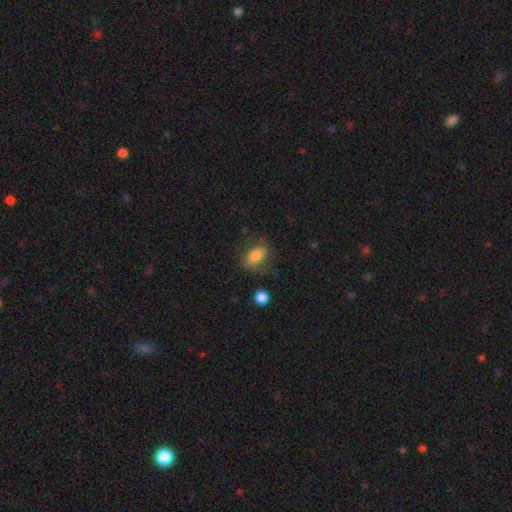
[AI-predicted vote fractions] A smooth galaxy with no disk features (76%) that is in between round and cigar-shaped (85%).

Vote fractions:
- Smooth or featured? smooth: 76% / featured or disk: 16% / star or artifact: 9%
- How rounded? in between: 85% / round: 12% / cigar-shaped: 3%
- Merging? none: 62% / minor disturbance: 22% / major disturbance: 13% / merger: 3%